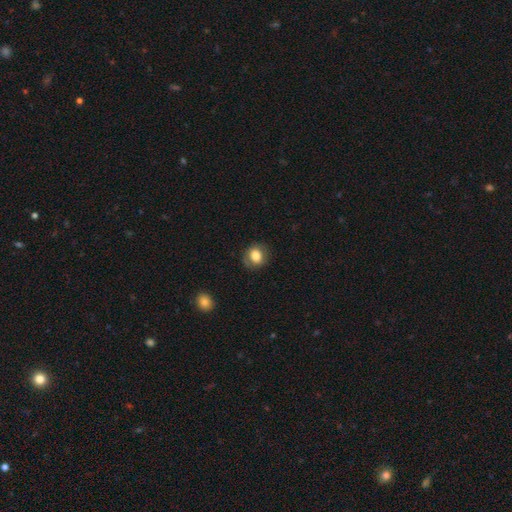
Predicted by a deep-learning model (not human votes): The model was most divided on "how rounded": round: 62%, in between: 37%, cigar-shaped: 1%. More confident: merging — none (80%); smooth or featured — smooth (79%).